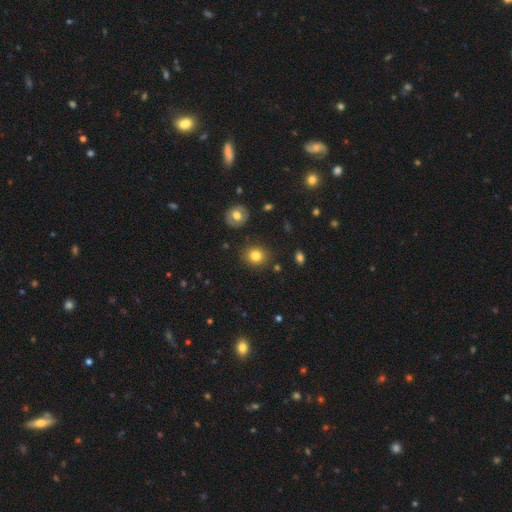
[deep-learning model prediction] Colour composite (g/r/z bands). It shows a smooth galaxy with no disk features (81%) that is round (85%). Merging: none (87%).